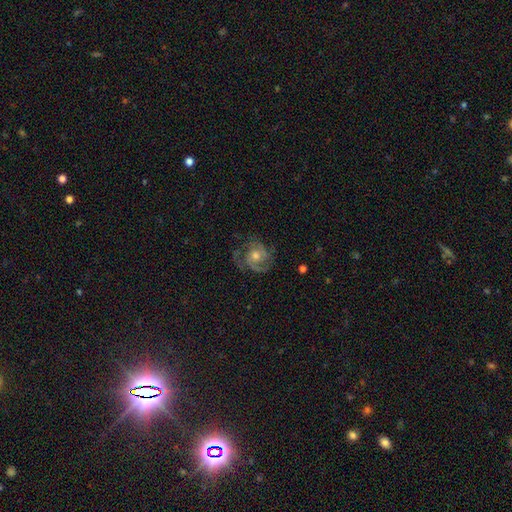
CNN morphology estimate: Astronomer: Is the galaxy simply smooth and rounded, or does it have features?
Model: featured or disk — 82%.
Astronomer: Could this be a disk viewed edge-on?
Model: no — 98%.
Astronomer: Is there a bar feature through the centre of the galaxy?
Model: no — 75%.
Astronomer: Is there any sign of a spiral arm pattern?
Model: yes — 96%.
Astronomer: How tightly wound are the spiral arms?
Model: tight — 49% (runner-up: medium, 42%).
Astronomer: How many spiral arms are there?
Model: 3 — 35% (runner-up: 2, 33%).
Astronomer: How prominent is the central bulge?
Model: moderate — 65%.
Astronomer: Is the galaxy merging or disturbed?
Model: none — 72%.